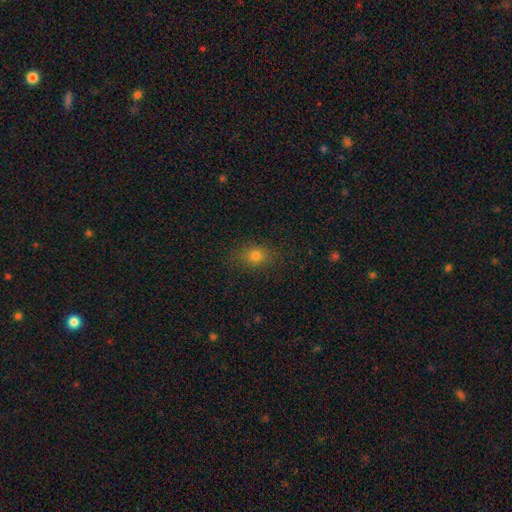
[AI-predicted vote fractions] A smooth galaxy with no disk features (75%) that is in between round and cigar-shaped (58%). Merging: none (84%).